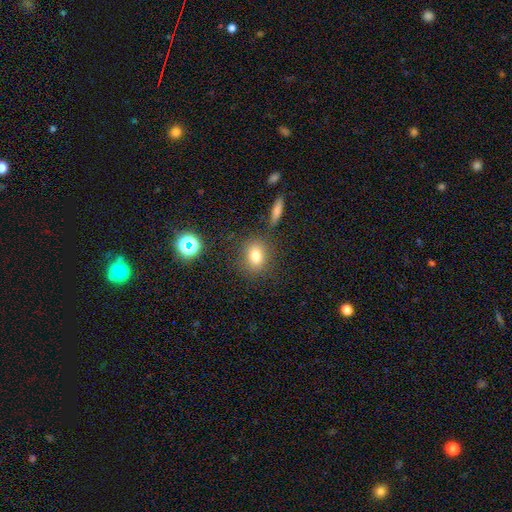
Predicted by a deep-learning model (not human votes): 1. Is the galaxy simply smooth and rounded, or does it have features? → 78% smooth, 13% star or artifact, 9% featured or disk.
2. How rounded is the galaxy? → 52% round, 46% in between, 2% cigar-shaped.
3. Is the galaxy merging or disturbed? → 80% none, 11% minor disturbance, 5% merger, 4% major disturbance.